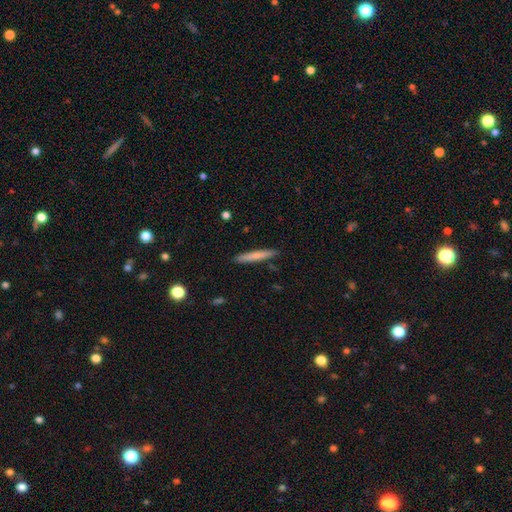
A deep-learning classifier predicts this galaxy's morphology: smooth_or_featured: smooth (p=0.73) [alt: featured or disk p=0.22]
how_rounded: cigar-shaped (p=0.95) [alt: in between p=0.04]
merging: none (p=0.90) [alt: minor disturbance p=0.07]